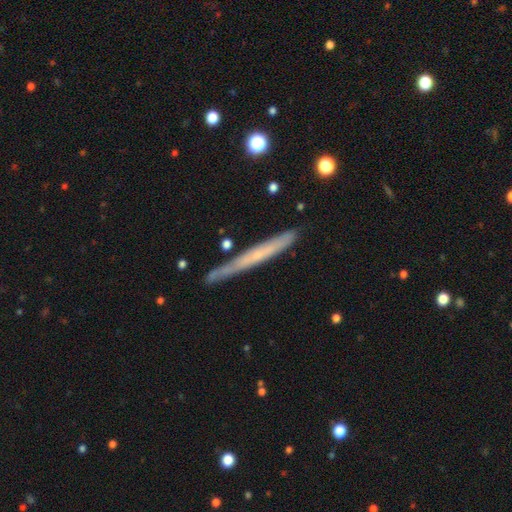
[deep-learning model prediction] Smooth or featured?
  - featured or disk: 52% *
  - smooth: 41%
  - star or artifact: 7%
Edge-on disk?
  - yes: 93% *
  - no: 7%
Merging?
  - none: 81% *
  - minor disturbance: 13%
  - merger: 3%
  - major disturbance: 2%